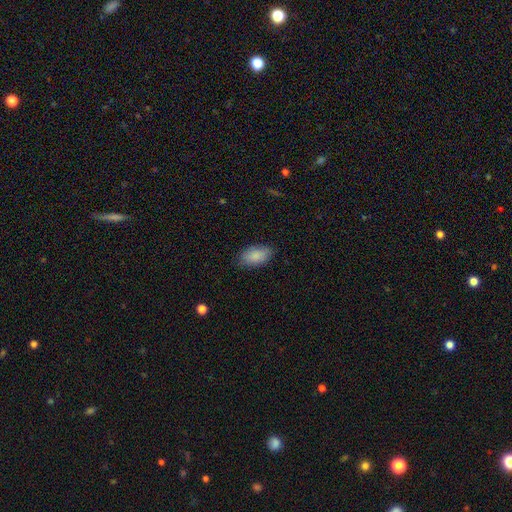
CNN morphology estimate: smooth-or-featured: smooth: 87% | star or artifact: 7% | featured or disk: 6%
  how-rounded: in between: 93% | round: 4% | cigar-shaped: 3%
  merging: none: 83% | minor disturbance: 13% | major disturbance: 3% | merger: 1%